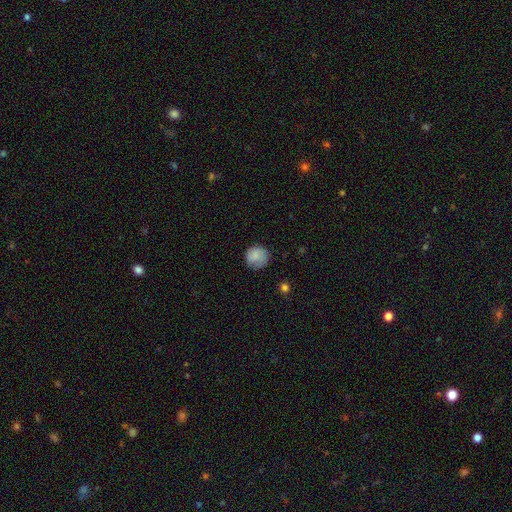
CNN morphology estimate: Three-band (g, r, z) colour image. It shows a smooth galaxy with no disk features (81%) that is round (88%). Merging: none (73%).